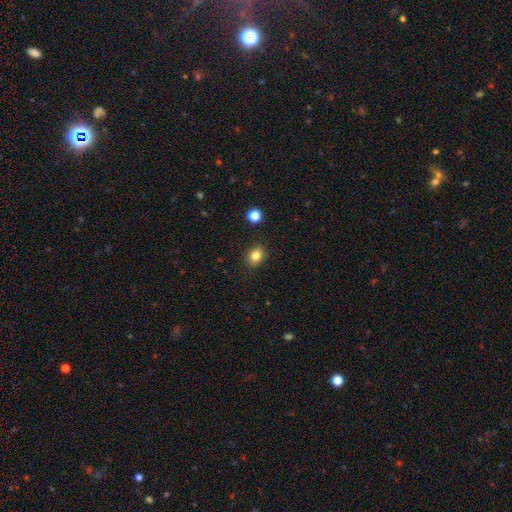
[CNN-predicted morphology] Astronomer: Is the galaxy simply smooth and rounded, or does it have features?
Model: smooth — 82%.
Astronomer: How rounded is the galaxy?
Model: round — 50% (runner-up: in between, 49%).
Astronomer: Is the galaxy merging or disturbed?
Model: none — 89%.